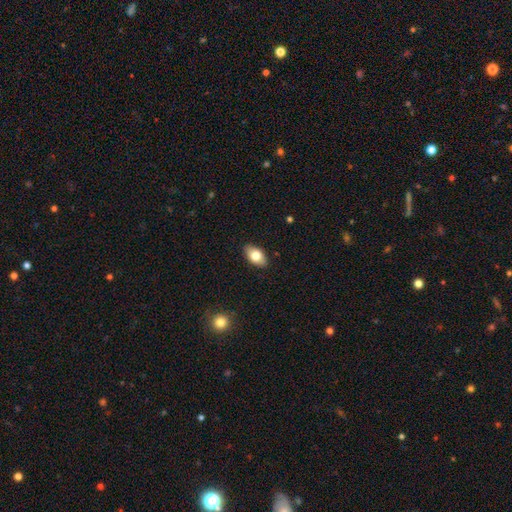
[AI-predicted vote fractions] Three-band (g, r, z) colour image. It shows a smooth galaxy with no disk features (76%) that is in between round and cigar-shaped (91%). Merging: none (88%).